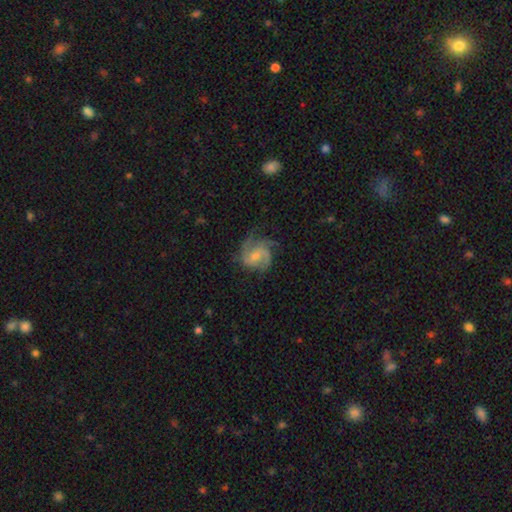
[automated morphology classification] Q: Smooth or featured?
A: featured or disk (85%); runner-up: smooth (9%)
Q: Edge-on disk?
A: no (98%); runner-up: yes (2%)
Q: Bar?
A: no (46%); runner-up: weak (43%)
Q: Spiral arms?
A: yes (97%); runner-up: no (3%)
Q: Spiral winding?
A: medium (52%); runner-up: tight (32%)
Q: Spiral arm count?
A: 3 (40%); tied with: 2 (40%)
Q: Bulge size?
A: small (49%); runner-up: moderate (43%)
Q: Merging?
A: none (68%); runner-up: minor disturbance (20%)